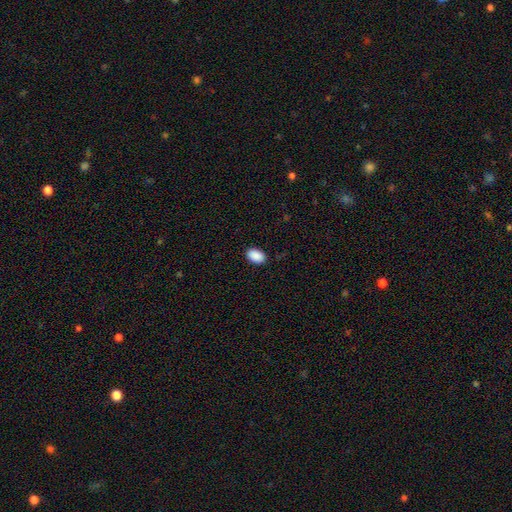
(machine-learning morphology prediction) Smooth or featured? smooth (90%)
How rounded? in between (88%)
Merging? none (88%)